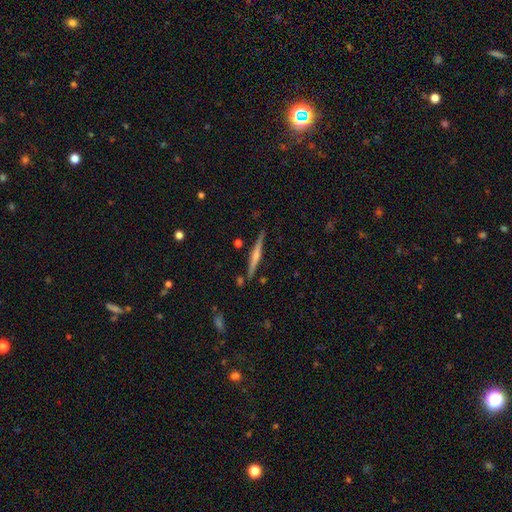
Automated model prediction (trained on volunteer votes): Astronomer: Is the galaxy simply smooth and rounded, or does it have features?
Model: featured or disk — 63%.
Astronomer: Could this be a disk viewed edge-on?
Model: yes — 98%.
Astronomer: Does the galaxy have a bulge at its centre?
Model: rounded — 65%.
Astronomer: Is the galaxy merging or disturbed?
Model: none — 86%.